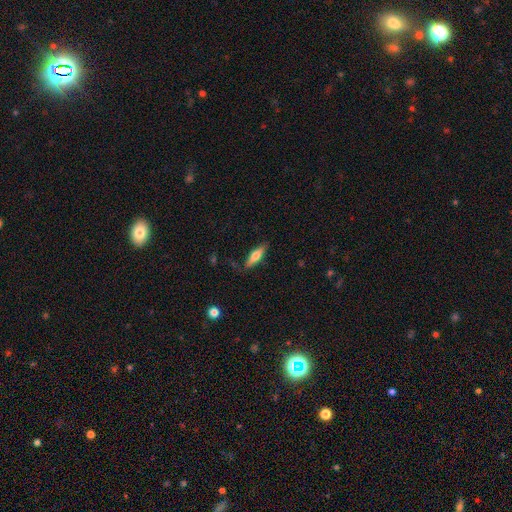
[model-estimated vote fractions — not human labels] Smooth or featured?
  - smooth: 62% *
  - featured or disk: 32%
  - star or artifact: 6%
How rounded?
  - cigar-shaped: 60% *
  - in between: 38%
  - round: 2%
Merging?
  - none: 79% *
  - minor disturbance: 15%
  - major disturbance: 4%
  - merger: 2%